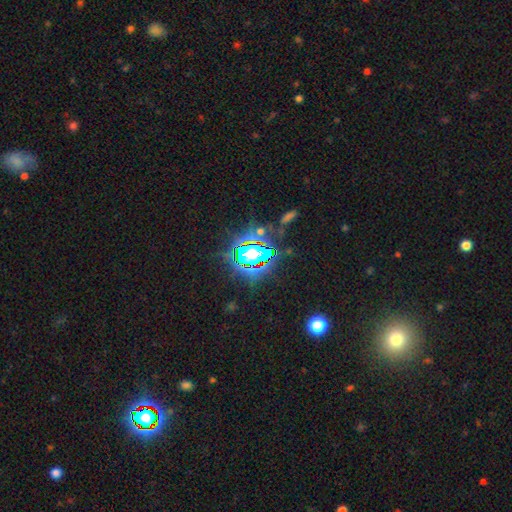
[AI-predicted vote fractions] smooth-or-featured: star or artifact: 83% | smooth: 10% | featured or disk: 8%